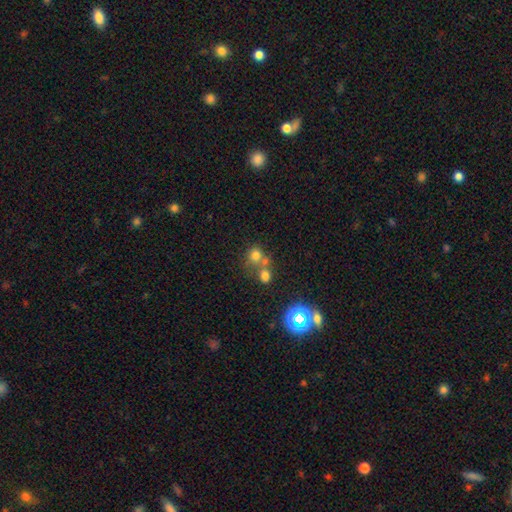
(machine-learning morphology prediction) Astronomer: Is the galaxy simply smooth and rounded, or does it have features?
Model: smooth — 71%.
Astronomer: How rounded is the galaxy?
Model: round — 84%.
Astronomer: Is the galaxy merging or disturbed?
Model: none — 45% (runner-up: merger, 43%).